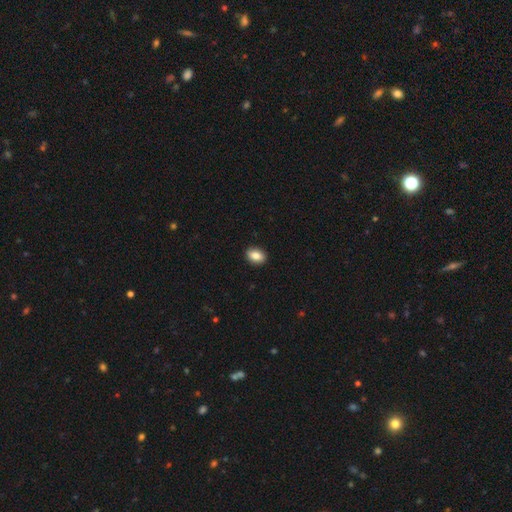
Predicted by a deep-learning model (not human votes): Smooth or featured?
  - smooth: 86% *
  - star or artifact: 8%
  - featured or disk: 6%
How rounded?
  - in between: 79% *
  - round: 20%
  - cigar-shaped: 1%
Merging?
  - none: 91% *
  - minor disturbance: 7%
  - major disturbance: 2%
  - merger: 1%